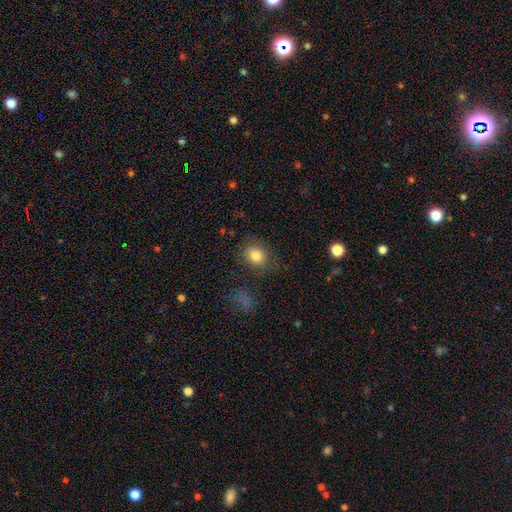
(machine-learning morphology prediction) Q: Smooth or featured?
A: smooth (81%); runner-up: star or artifact (10%)
Q: How rounded?
A: round (64%); runner-up: in between (35%)
Q: Merging?
A: none (77%); runner-up: minor disturbance (14%)